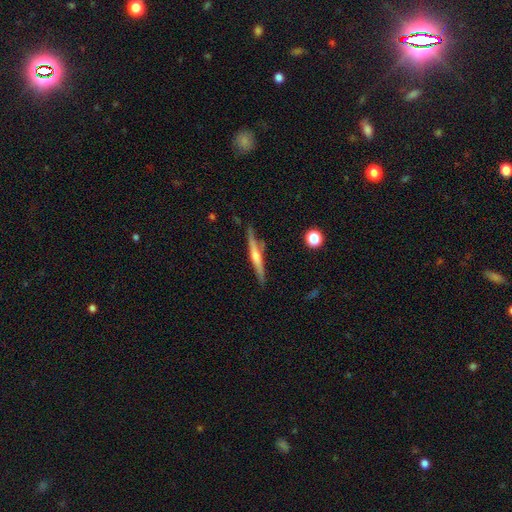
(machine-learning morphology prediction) A featured or disk galaxy (70%) viewed edge-on (97%) with a rounded central bulge (74%).

Vote fractions:
- Smooth or featured? featured or disk: 70% / smooth: 24% / star or artifact: 6%
- Edge-on disk? yes: 97% / no: 3%
- Edge-on bulge? rounded: 74% / none: 17% / boxy: 9%
- Merging? none: 84% / minor disturbance: 11% / merger: 3% / major disturbance: 2%